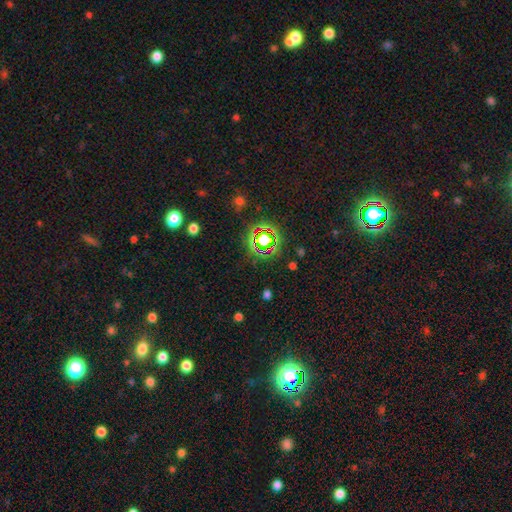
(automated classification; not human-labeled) This is likely a star or artifact rather than a galaxy (76%).